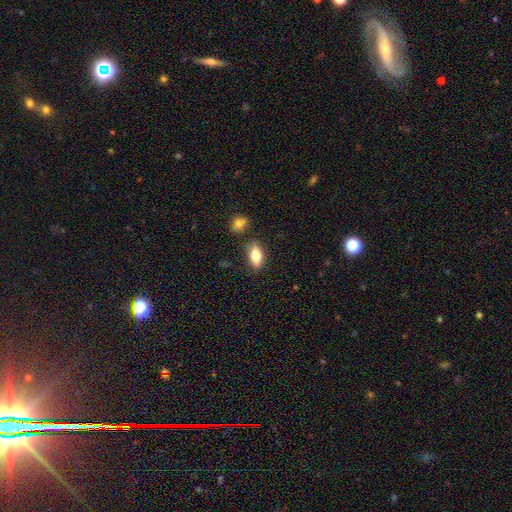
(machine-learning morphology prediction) Q: Smooth or featured?
A: smooth (76%); runner-up: featured or disk (16%)
Q: How rounded?
A: in between (85%); runner-up: cigar-shaped (10%)
Q: Merging?
A: none (81%); runner-up: minor disturbance (11%)